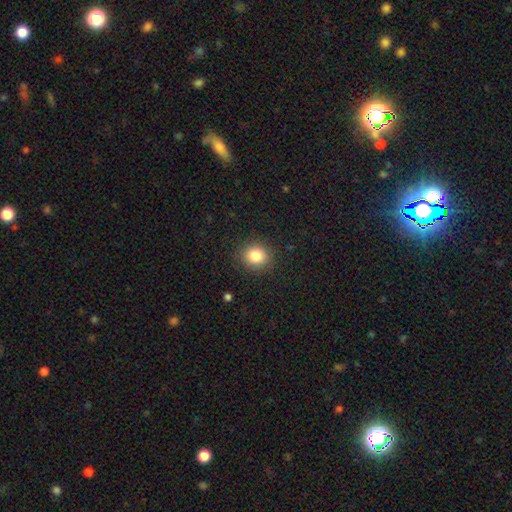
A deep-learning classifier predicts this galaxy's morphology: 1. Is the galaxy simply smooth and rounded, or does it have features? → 84% smooth, 11% star or artifact, 6% featured or disk.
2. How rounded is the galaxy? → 77% round, 22% in between, 1% cigar-shaped.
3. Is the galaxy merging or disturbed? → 88% none, 8% minor disturbance, 3% major disturbance, 1% merger.